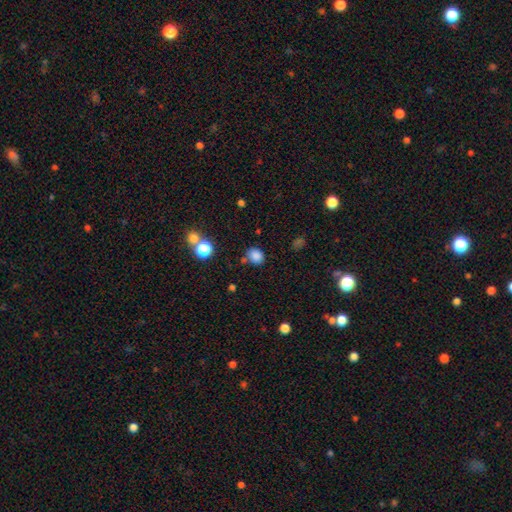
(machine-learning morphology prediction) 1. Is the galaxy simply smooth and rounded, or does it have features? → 82% smooth, 13% star or artifact, 5% featured or disk.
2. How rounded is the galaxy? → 58% round, 41% in between, 1% cigar-shaped.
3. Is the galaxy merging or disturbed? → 71% none, 16% minor disturbance, 8% merger, 5% major disturbance.